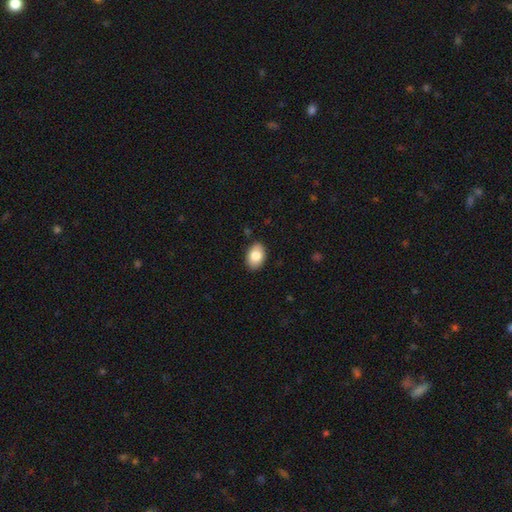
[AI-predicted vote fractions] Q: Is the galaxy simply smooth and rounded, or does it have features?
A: smooth — 82%.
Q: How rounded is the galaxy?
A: in between — 86%.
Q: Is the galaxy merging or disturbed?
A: none — 87%.